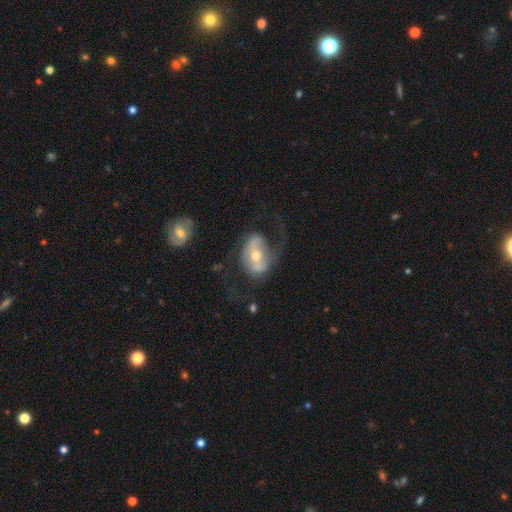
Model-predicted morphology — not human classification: Q: Smooth or featured?
A: featured or disk (70%); runner-up: smooth (23%)
Q: Edge-on disk?
A: no (94%); runner-up: yes (6%)
Q: Bar?
A: strong (40%); runner-up: weak (31%)
Q: Spiral arms?
A: yes (73%); runner-up: no (27%)
Q: Bulge size?
A: moderate (61%); runner-up: small (33%)
Q: Merging?
A: none (47%); runner-up: major disturbance (29%)